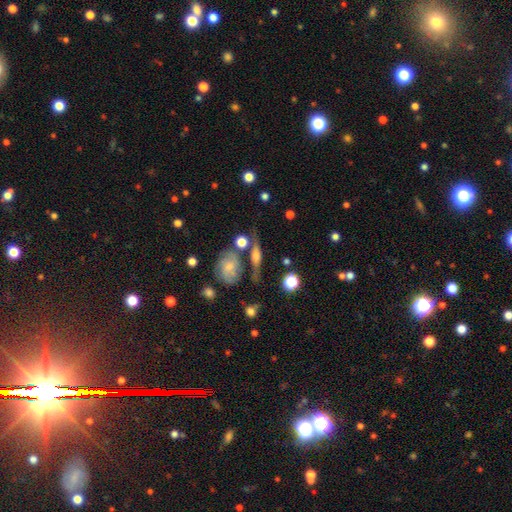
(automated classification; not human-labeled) smooth_or_featured: featured or disk (p=0.55) [alt: smooth p=0.34]
disk_edge_on: yes (p=0.79) [alt: no p=0.21]
merging: none (p=0.63) [alt: minor disturbance p=0.16]